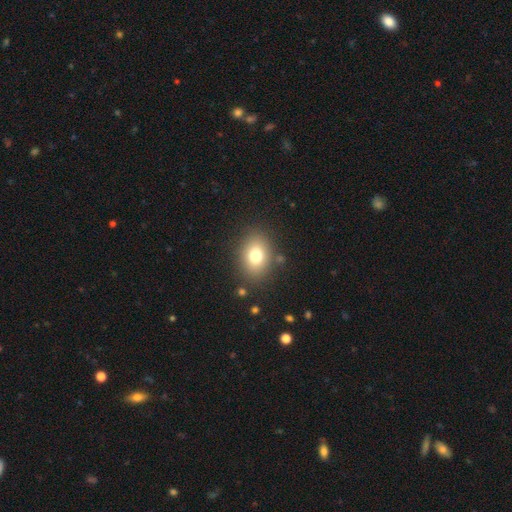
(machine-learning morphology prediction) A smooth galaxy with no disk features (78%) that is in between round and cigar-shaped (68%).

Vote fractions:
- Smooth or featured? smooth: 78% / featured or disk: 11% / star or artifact: 11%
- How rounded? in between: 68% / round: 31% / cigar-shaped: 1%
- Merging? none: 84% / minor disturbance: 10% / major disturbance: 4% / merger: 3%